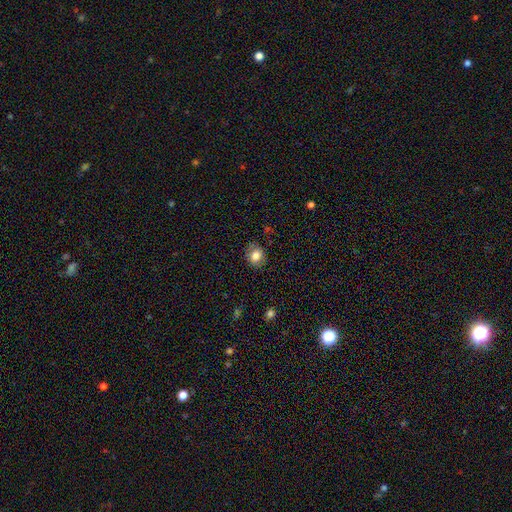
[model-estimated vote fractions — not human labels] Smooth or featured: smooth — 79% (featured or disk — 11%)
How rounded: round — 64% (in between — 35%)
Merging: none — 81% (minor disturbance — 15%)